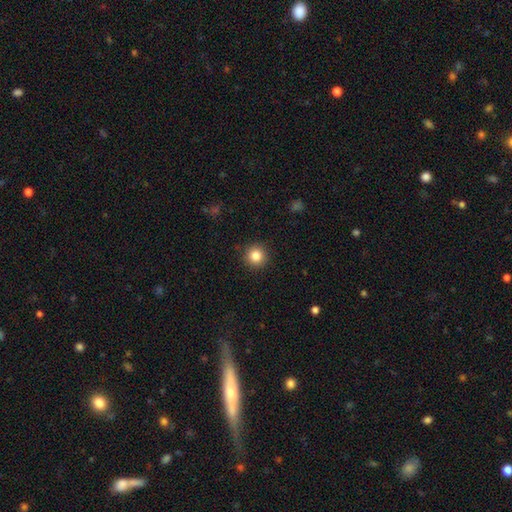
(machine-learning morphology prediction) Smooth or featured? Predicted: smooth (p=0.84). How rounded? Predicted: round (p=0.95). Merging? Predicted: none (p=0.92).